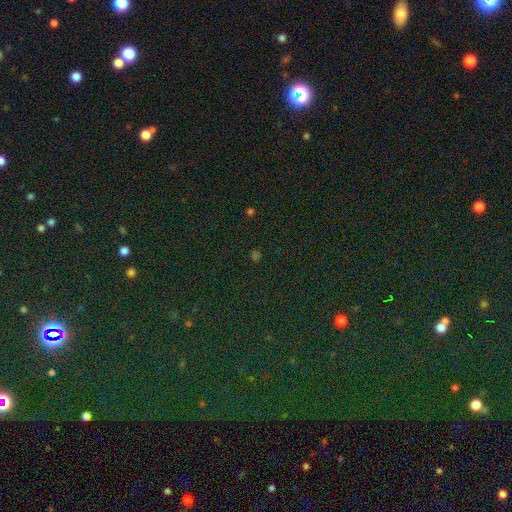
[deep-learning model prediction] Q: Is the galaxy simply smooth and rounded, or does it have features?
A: star or artifact — 62%.